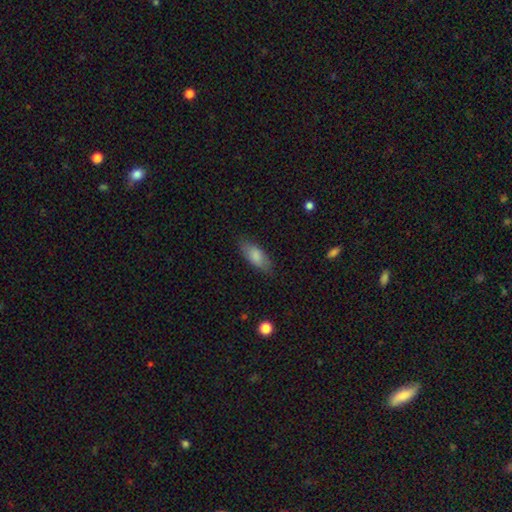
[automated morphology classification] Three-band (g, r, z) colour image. It shows a smooth galaxy with no disk features (83%) that is in between round and cigar-shaped (79%). Merging: none (82%).